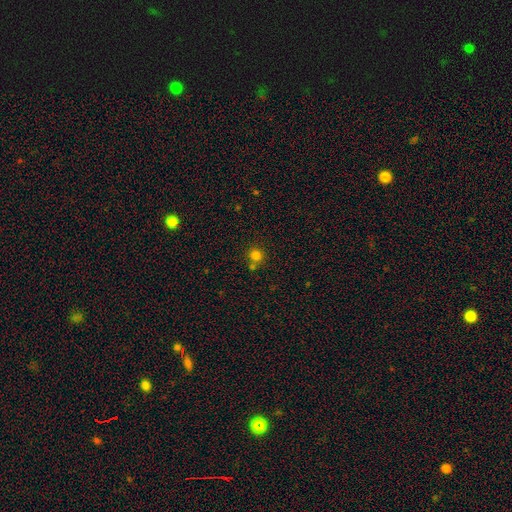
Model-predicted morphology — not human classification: Smooth or featured? smooth (79%)
How rounded? round (91%)
Merging? none (67%)